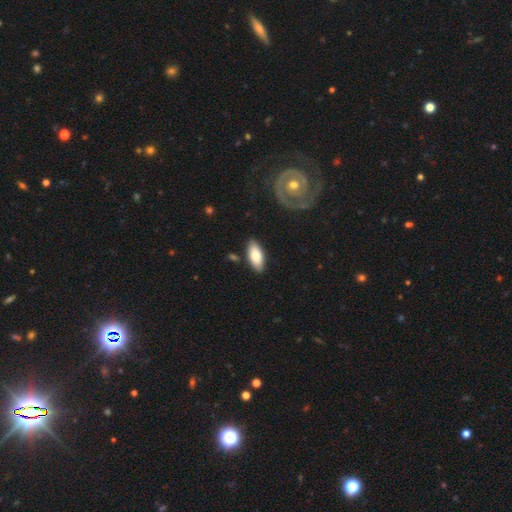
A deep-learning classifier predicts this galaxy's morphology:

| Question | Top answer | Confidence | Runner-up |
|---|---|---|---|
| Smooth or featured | smooth | 81% | featured or disk (14%) |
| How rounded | in between | 86% | cigar-shaped (12%) |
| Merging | none | 84% | minor disturbance (11%) |